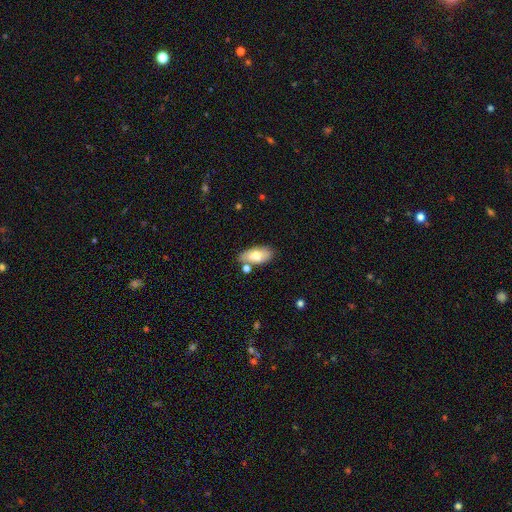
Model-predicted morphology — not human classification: Overall: smooth (74%). How rounded: in between (91%). Merging: none (71%).